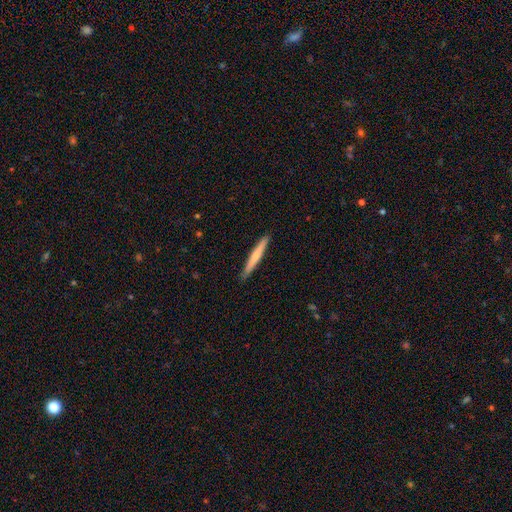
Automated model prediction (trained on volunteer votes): Q: Smooth or featured?
A: smooth (66%); runner-up: featured or disk (29%)
Q: How rounded?
A: cigar-shaped (96%); runner-up: in between (2%)
Q: Merging?
A: none (90%); runner-up: minor disturbance (8%)